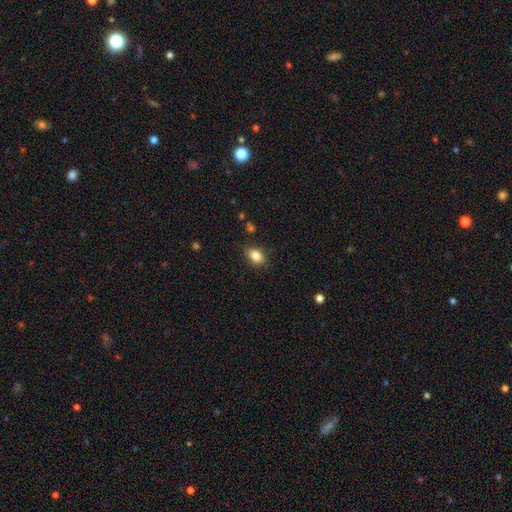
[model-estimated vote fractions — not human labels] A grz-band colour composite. It shows a smooth galaxy with no disk features (83%) that is in between round and cigar-shaped (73%). Merging: none (83%).